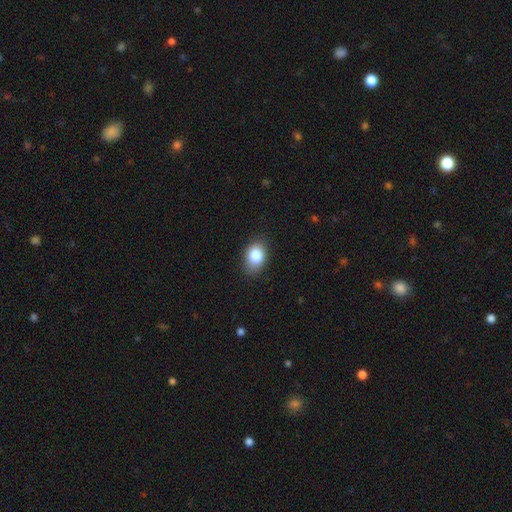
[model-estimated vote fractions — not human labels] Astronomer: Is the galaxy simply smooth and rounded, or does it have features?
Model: smooth — 84%.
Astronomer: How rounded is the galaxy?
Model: in between — 73%.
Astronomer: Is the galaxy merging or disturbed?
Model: none — 85%.